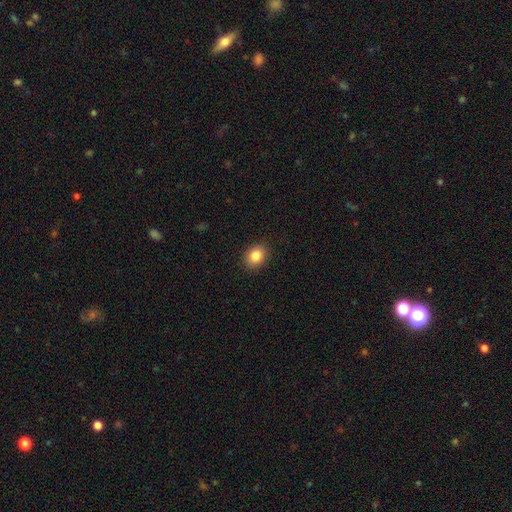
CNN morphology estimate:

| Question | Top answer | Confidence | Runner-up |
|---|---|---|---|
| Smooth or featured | smooth | 85% | star or artifact (9%) |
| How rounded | in between | 51% | round (48%) |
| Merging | none | 89% | minor disturbance (8%) |